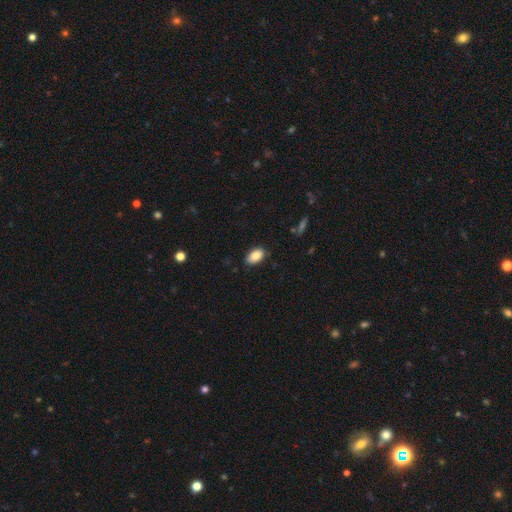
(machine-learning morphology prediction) Smooth or featured?
  - smooth: 87% *
  - star or artifact: 7%
  - featured or disk: 6%
How rounded?
  - in between: 93% *
  - round: 5%
  - cigar-shaped: 2%
Merging?
  - none: 81% *
  - minor disturbance: 15%
  - major disturbance: 3%
  - merger: 1%